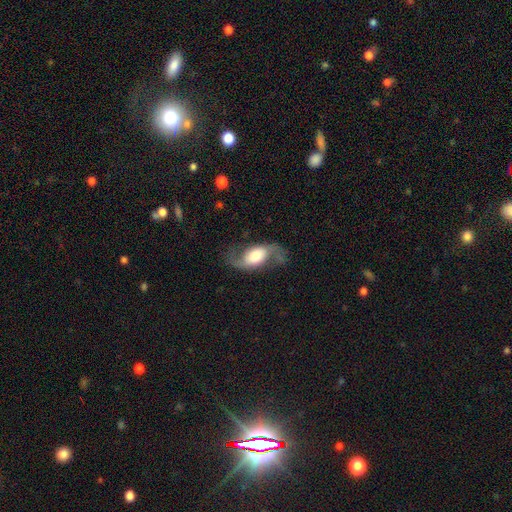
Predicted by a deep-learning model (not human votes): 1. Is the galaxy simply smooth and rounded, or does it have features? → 81% featured or disk, 13% smooth, 6% star or artifact.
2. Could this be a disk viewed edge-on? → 95% no, 5% yes.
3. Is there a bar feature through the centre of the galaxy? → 51% no, 33% weak, 16% strong.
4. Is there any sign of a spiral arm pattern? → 95% yes, 5% no.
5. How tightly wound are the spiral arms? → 73% loose, 22% medium, 5% tight.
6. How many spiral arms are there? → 94% 2, 2% 1, 2% can't tell, 1% 3, 1% 4, 1% more than 4.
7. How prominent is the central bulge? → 37% moderate, 35% large, 15% small, 10% dominant, 3% none.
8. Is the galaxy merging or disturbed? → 71% none, 15% minor disturbance, 12% major disturbance, 2% merger.